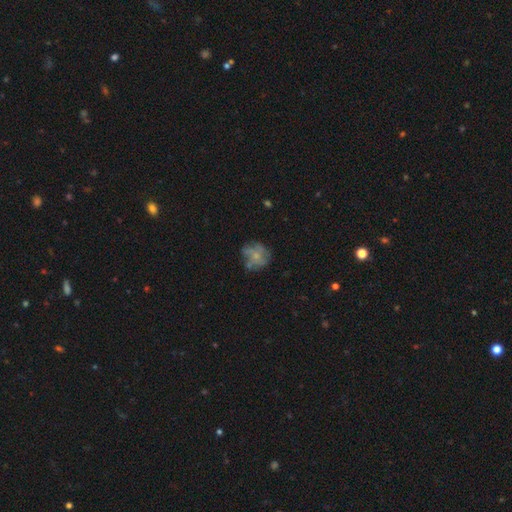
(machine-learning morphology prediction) Smooth or featured: featured or disk — 45% (smooth — 43%)
Merging: none — 60% (minor disturbance — 22%)